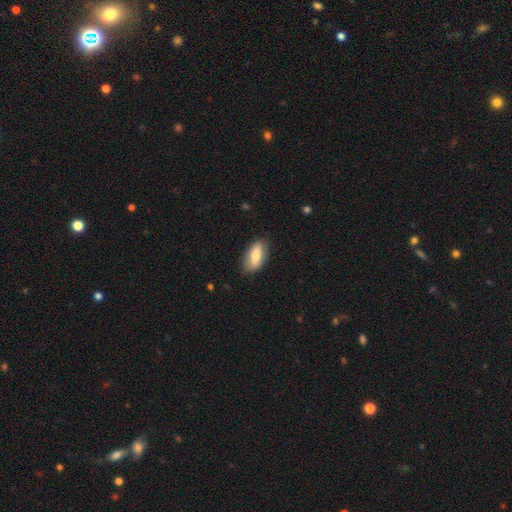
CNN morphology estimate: This is likely a smooth galaxy (72%). How rounded: clearly in between (87%). Merging: clearly none (80%).